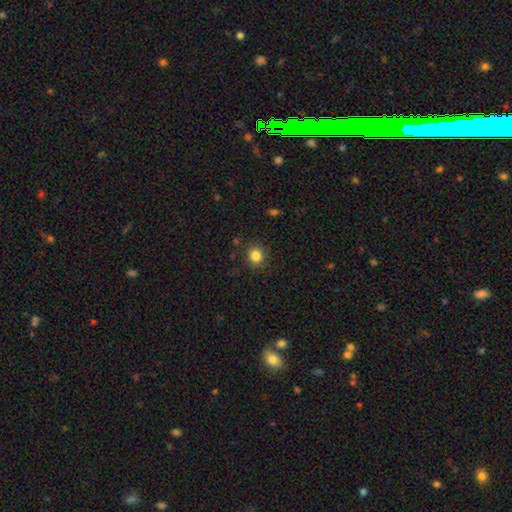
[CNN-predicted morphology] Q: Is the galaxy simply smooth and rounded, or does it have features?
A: smooth — 84%.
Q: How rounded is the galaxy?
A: round — 89%.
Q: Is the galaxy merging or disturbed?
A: none — 88%.